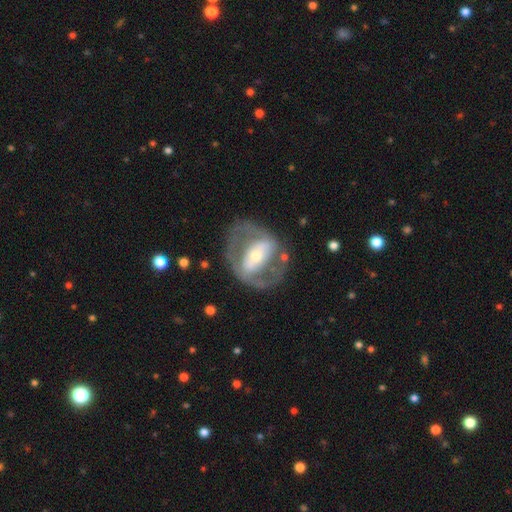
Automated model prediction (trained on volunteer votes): Smooth or featured: featured or disk — 74% (smooth — 20%)
Edge-on disk: no — 93% (yes — 7%)
Bar: strong — 46% (no — 28%)
Spiral arms: no — 50% (tied with yes — 50%)
Bulge size: moderate — 45% (small — 41%)
Merging: none — 64% (major disturbance — 17%)